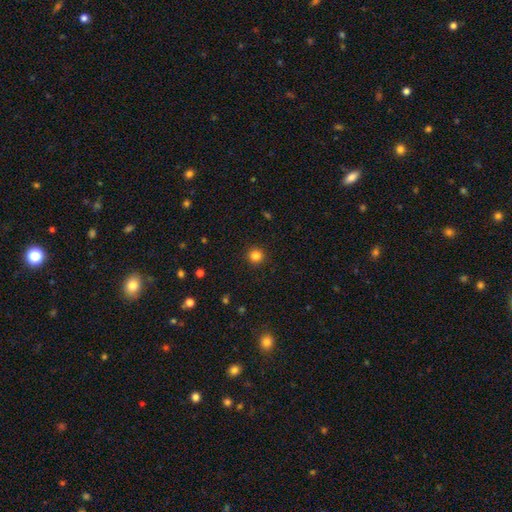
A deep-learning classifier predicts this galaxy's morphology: type=smooth (83%); roundness=round (95%); merging=none (92%).